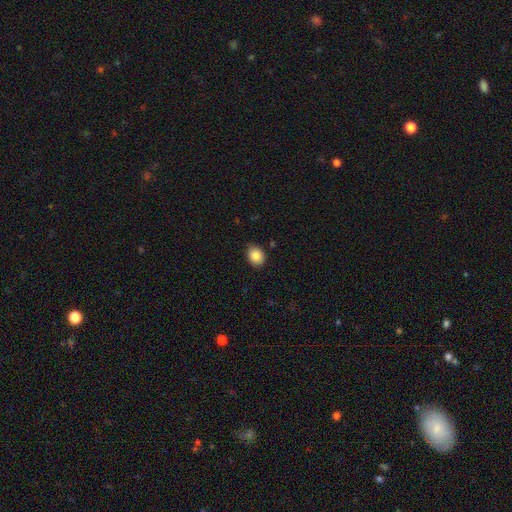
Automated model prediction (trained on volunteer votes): Smooth or featured?
  - smooth: 86% *
  - star or artifact: 9%
  - featured or disk: 5%
How rounded?
  - round: 52% *
  - in between: 47%
  - cigar-shaped: 1%
Merging?
  - none: 86% *
  - minor disturbance: 11%
  - major disturbance: 2%
  - merger: 1%